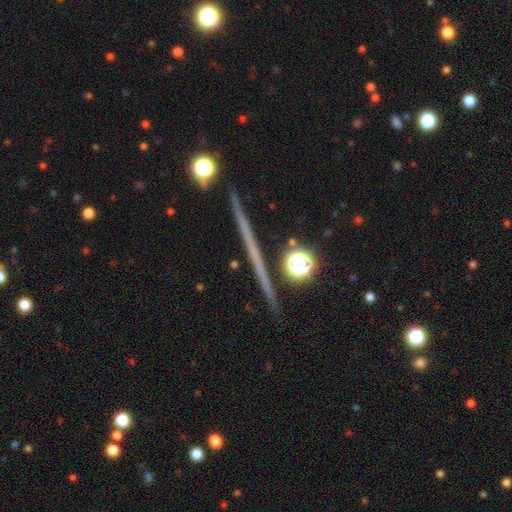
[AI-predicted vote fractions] Smooth or featured? Predicted: featured or disk (p=0.40). Merging? Predicted: none (p=0.89).